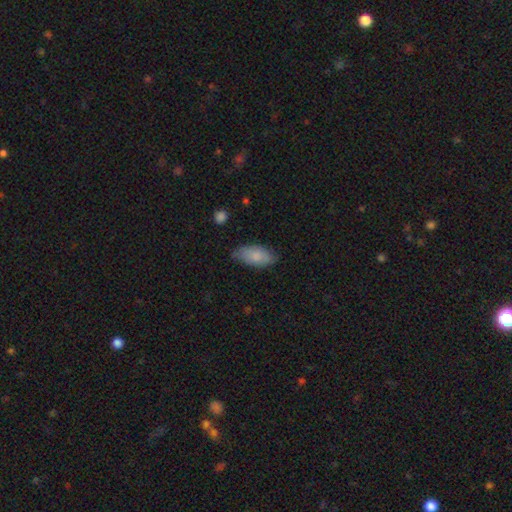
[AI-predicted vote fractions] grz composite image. It shows a smooth galaxy with no disk features (82%) that is in between round and cigar-shaped (90%). Merging: none (73%).